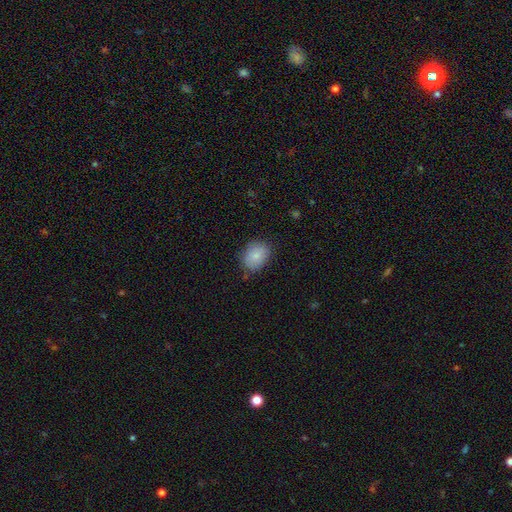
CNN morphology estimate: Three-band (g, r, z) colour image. It shows a smooth galaxy with no disk features (85%) that is in between round and cigar-shaped (64%). Merging: none (78%).